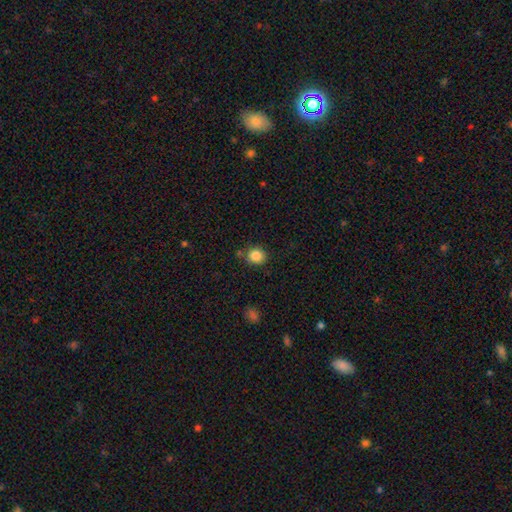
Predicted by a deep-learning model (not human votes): A smooth galaxy with no disk features (85%) that is round (84%).

Vote fractions:
- Smooth or featured? smooth: 85% / star or artifact: 10% / featured or disk: 5%
- How rounded? round: 84% / in between: 15% / cigar-shaped: 1%
- Merging? none: 80% / minor disturbance: 11% / merger: 6% / major disturbance: 3%